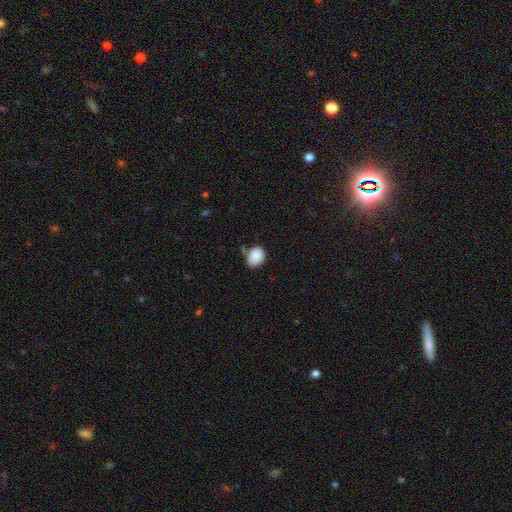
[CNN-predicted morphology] Q: Smooth or featured?
A: smooth (88%); runner-up: star or artifact (8%)
Q: How rounded?
A: in between (62%); runner-up: round (37%)
Q: Merging?
A: none (60%); runner-up: minor disturbance (26%)